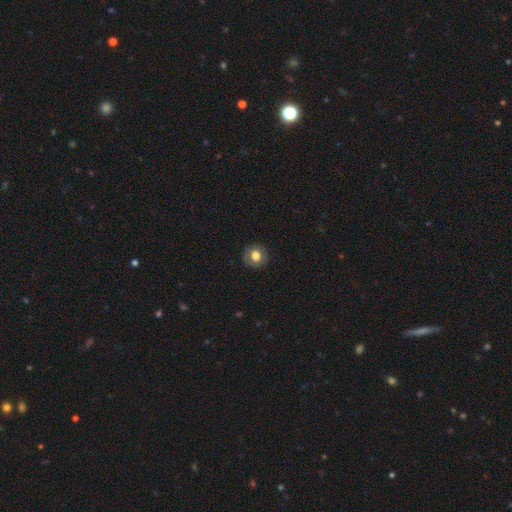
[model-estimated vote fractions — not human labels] smooth_or_featured: smooth (p=0.77) [alt: featured or disk p=0.14]
how_rounded: round (p=0.89) [alt: in between p=0.10]
merging: none (p=0.89) [alt: minor disturbance p=0.08]